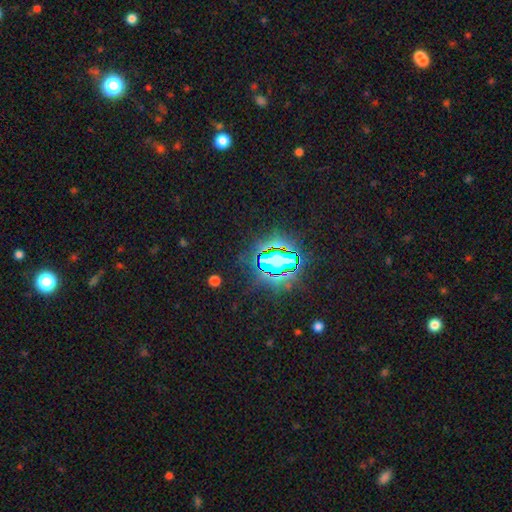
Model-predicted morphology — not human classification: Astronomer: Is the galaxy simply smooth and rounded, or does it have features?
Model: star or artifact — 80%.